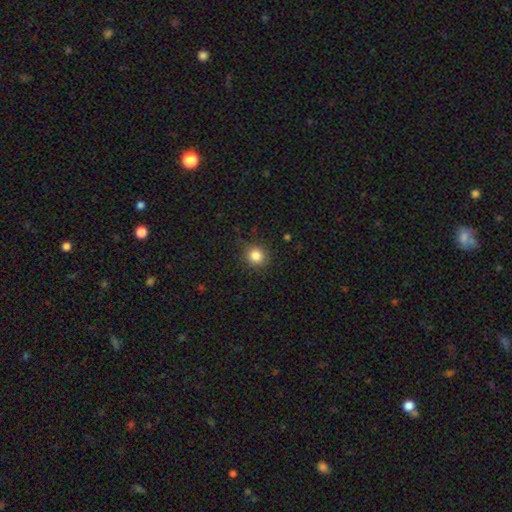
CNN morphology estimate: Overall: smooth (85%). How rounded: round (88%). Merging: none (88%).